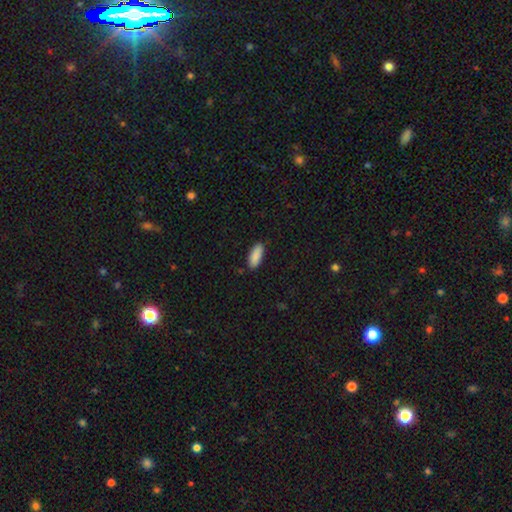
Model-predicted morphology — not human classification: A smooth galaxy with no disk features (90%) that is in between round and cigar-shaped (80%).

Vote fractions:
- Smooth or featured? smooth: 90% / star or artifact: 6% / featured or disk: 4%
- How rounded? in between: 80% / cigar-shaped: 19% / round: 2%
- Merging? none: 87% / minor disturbance: 10% / major disturbance: 2% / merger: 1%